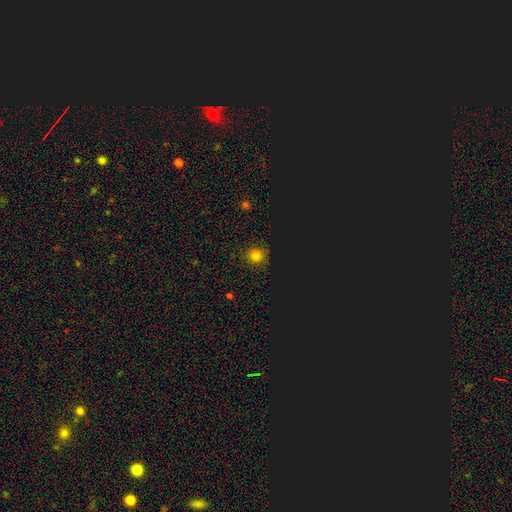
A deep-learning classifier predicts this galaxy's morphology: smooth-or-featured: smooth: 74% | star or artifact: 21% | featured or disk: 5%
  how-rounded: round: 93% | in between: 6% | cigar-shaped: 1%
  merging: none: 89% | minor disturbance: 7% | major disturbance: 2% | merger: 1%